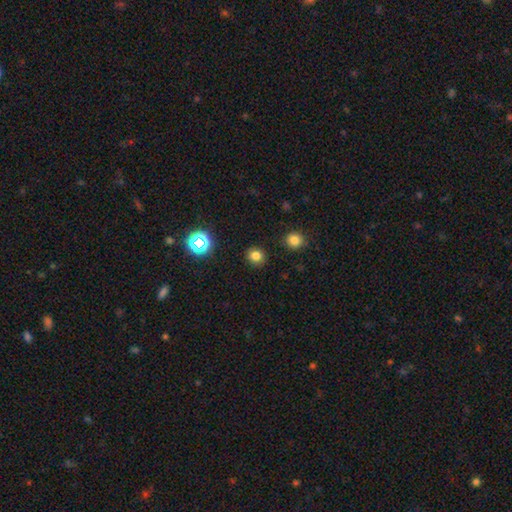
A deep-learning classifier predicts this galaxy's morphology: smooth_or_featured: smooth (p=0.78) [alt: star or artifact p=0.17]
how_rounded: round (p=0.86) [alt: in between p=0.13]
merging: none (p=0.90) [alt: minor disturbance p=0.06]